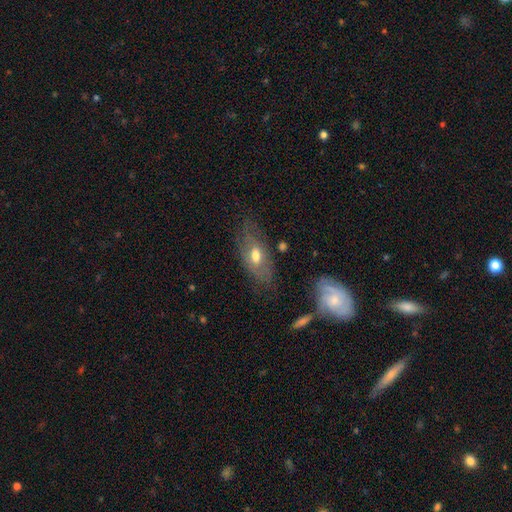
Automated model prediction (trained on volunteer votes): featured or disk 47%, smooth 45%, star or artifact 8%. Down the decision tree: merging — none (68%).